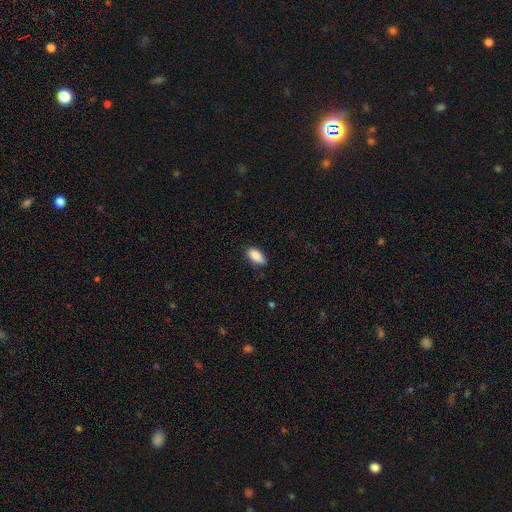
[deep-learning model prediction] Q: Smooth or featured?
A: smooth (88%); runner-up: star or artifact (7%)
Q: How rounded?
A: in between (91%); runner-up: cigar-shaped (6%)
Q: Merging?
A: none (82%); runner-up: minor disturbance (15%)